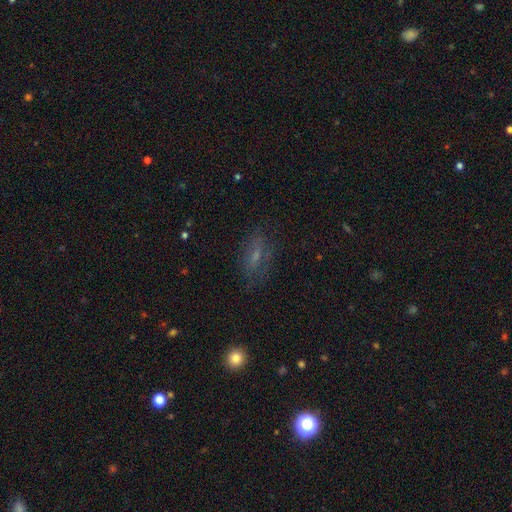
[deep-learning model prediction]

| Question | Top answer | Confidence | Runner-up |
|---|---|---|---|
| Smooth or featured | smooth | 46% | featured or disk (33%) |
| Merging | none | 71% | minor disturbance (18%) |